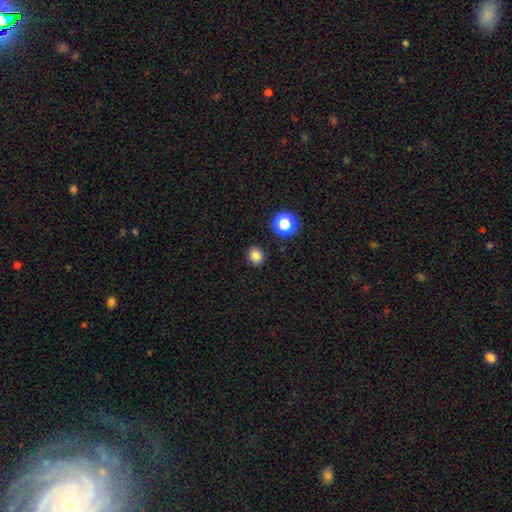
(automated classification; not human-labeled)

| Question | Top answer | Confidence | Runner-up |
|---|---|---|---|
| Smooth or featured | smooth | 82% | star or artifact (13%) |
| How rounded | round | 87% | in between (12%) |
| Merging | none | 91% | minor disturbance (5%) |